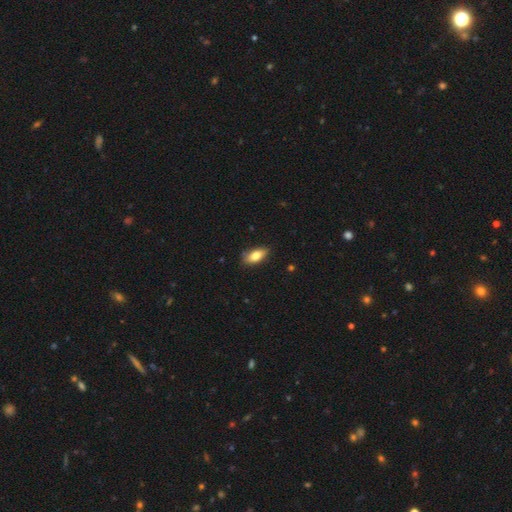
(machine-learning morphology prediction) This is likely a smooth galaxy (79%). How rounded: clearly in between (85%). Merging: likely none (80%).